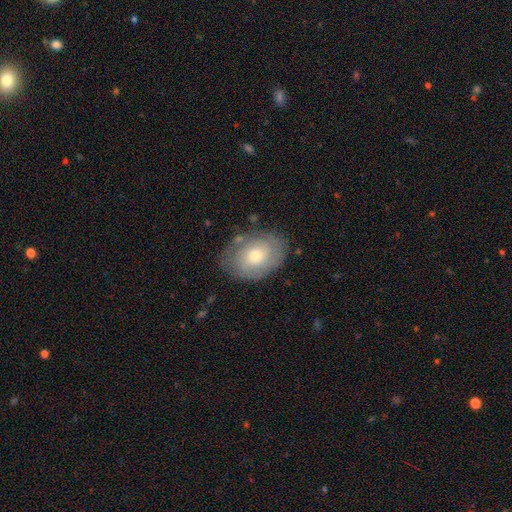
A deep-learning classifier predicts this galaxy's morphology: type=smooth (47%); merging=none (75%).